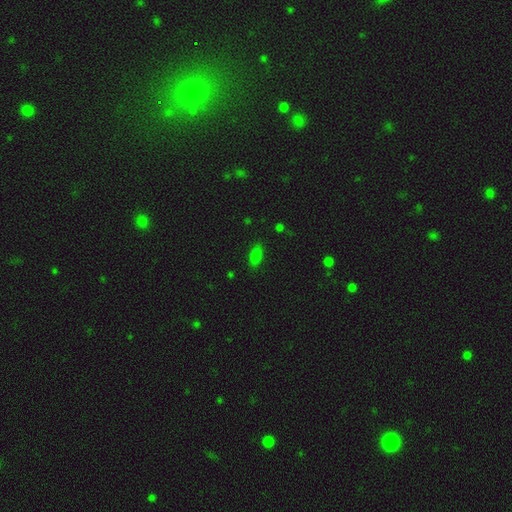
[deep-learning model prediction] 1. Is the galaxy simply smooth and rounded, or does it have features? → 80% smooth, 13% star or artifact, 6% featured or disk.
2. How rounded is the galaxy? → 84% in between, 13% cigar-shaped, 4% round.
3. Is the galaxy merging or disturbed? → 84% none, 12% minor disturbance, 3% major disturbance, 2% merger.